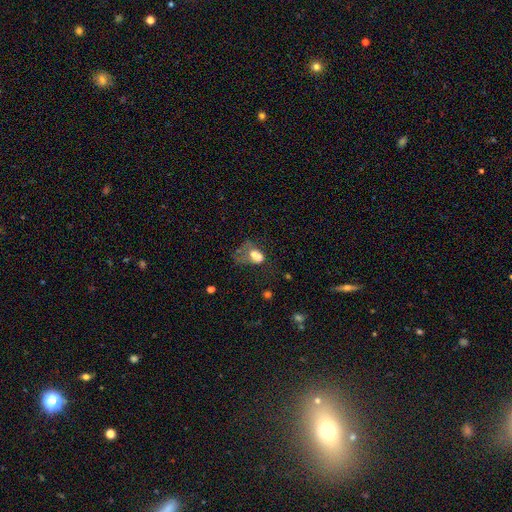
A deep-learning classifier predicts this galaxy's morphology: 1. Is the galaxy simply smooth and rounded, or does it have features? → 57% smooth, 31% featured or disk, 13% star or artifact.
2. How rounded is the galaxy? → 74% in between, 24% round, 2% cigar-shaped.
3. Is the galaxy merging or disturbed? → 43% major disturbance, 28% merger, 15% none, 14% minor disturbance.